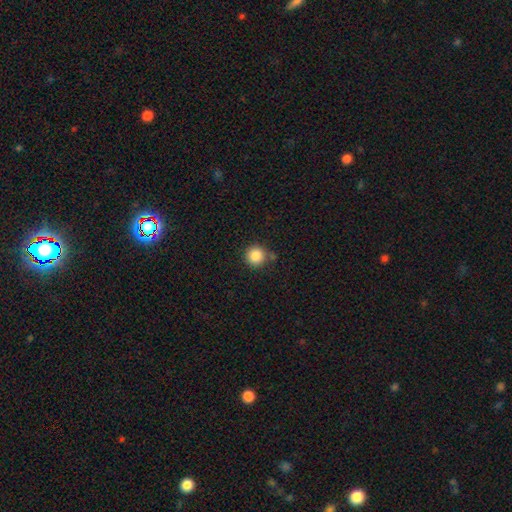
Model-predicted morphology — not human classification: type=smooth (85%); roundness=round (94%); merging=none (77%).